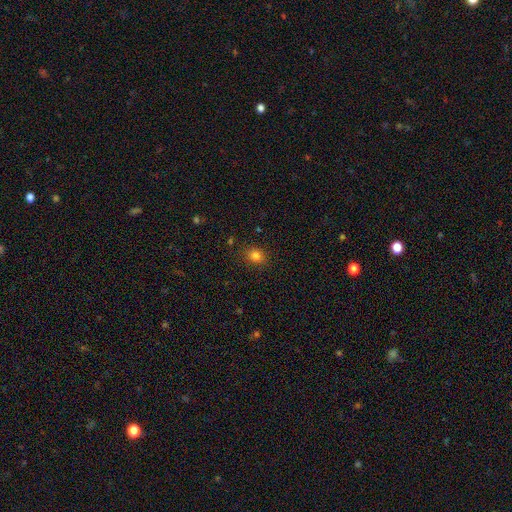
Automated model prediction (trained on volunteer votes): Overall: smooth (81%). How rounded: round (64%; in between 36%). Merging: none (87%).